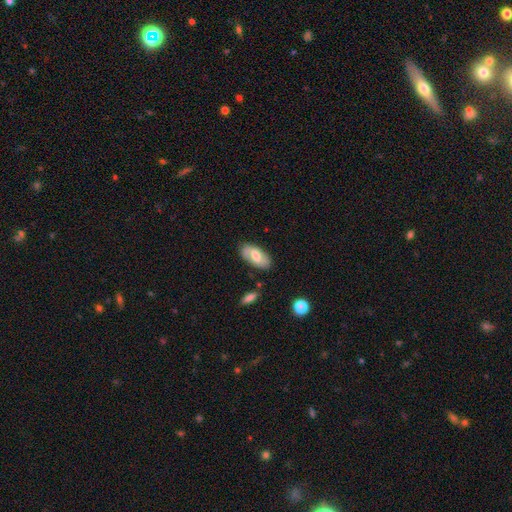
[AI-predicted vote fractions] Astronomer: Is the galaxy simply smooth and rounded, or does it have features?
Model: smooth — 48% (runner-up: featured or disk, 46%).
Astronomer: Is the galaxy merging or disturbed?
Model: none — 79%.